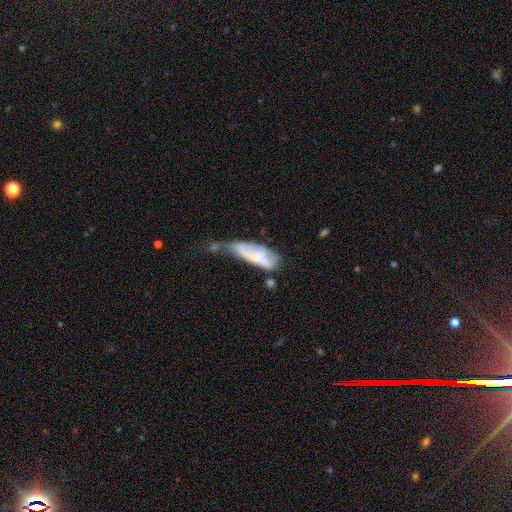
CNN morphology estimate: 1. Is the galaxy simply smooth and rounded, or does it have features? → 50% smooth, 40% featured or disk, 9% star or artifact.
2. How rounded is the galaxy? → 55% in between, 43% cigar-shaped, 2% round.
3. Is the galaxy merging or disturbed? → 33% major disturbance, 31% minor disturbance, 19% none, 18% merger.